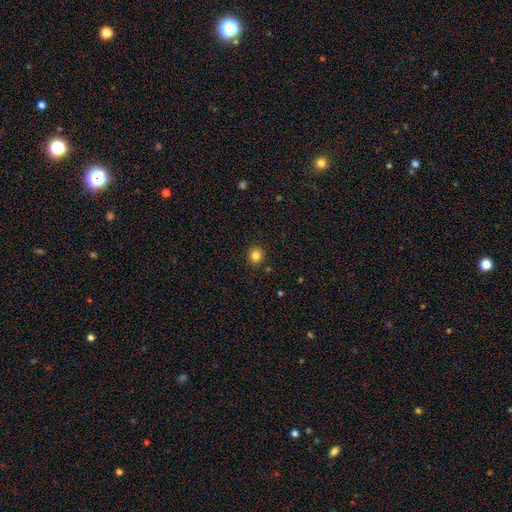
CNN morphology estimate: Q: Smooth or featured?
A: smooth (83%); runner-up: star or artifact (12%)
Q: How rounded?
A: round (89%); runner-up: in between (11%)
Q: Merging?
A: none (91%); runner-up: minor disturbance (6%)